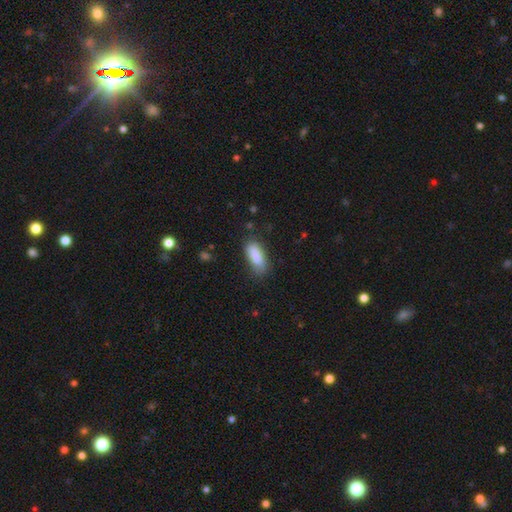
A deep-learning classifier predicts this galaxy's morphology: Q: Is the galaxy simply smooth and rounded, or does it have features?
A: smooth — 87%.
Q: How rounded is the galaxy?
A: in between — 75%.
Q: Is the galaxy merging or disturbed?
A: none — 72%.